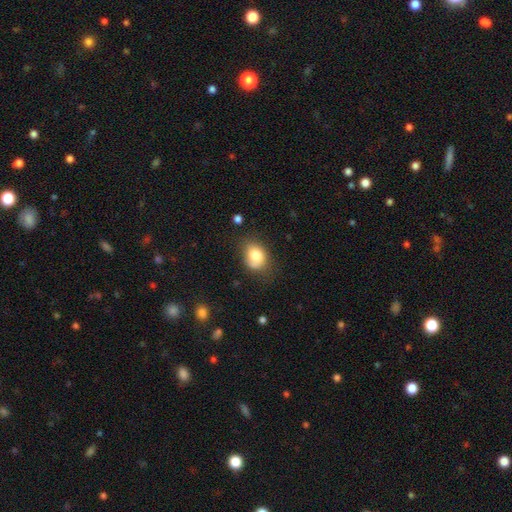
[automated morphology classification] A smooth galaxy with no disk features (77%) that is in between round and cigar-shaped (62%). Merging: none (58%).